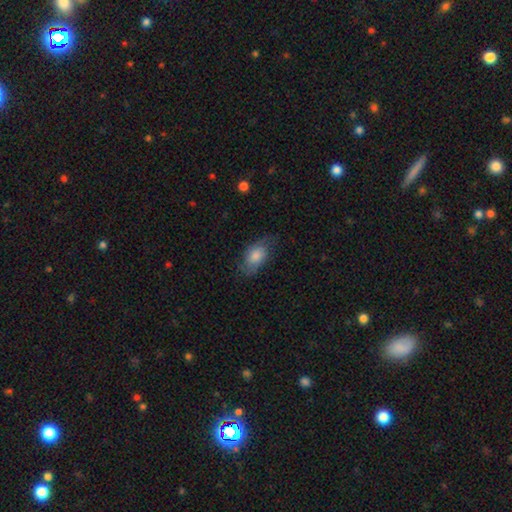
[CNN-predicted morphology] Smooth or featured: smooth — 65% (featured or disk — 28%)
How rounded: in between — 88% (round — 8%)
Merging: none — 66% (minor disturbance — 23%)